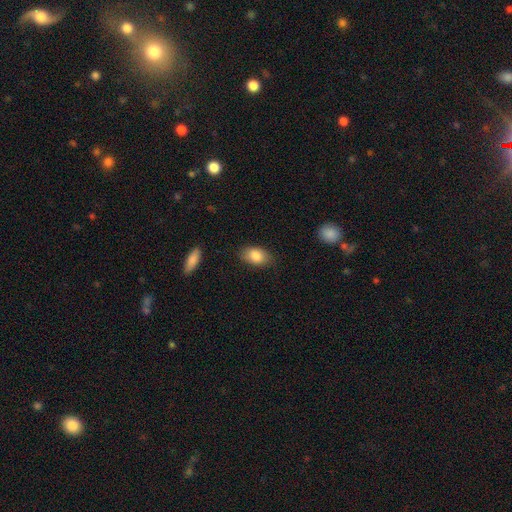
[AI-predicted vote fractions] This is clearly a smooth galaxy (85%). How rounded: clearly in between (89%). Merging: likely none (79%).